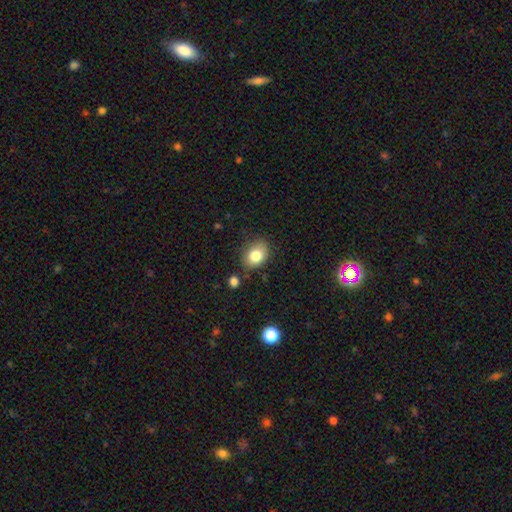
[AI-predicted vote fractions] smooth-or-featured: smooth: 81% | featured or disk: 9% | star or artifact: 9%
  how-rounded: in between: 63% | round: 36% | cigar-shaped: 1%
  merging: none: 75% | minor disturbance: 17% | major disturbance: 4% | merger: 4%